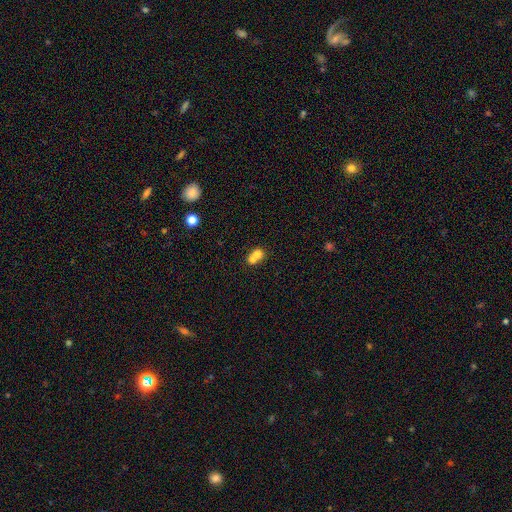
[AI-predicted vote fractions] smooth_or_featured: smooth (p=0.71) [alt: featured or disk p=0.19]
how_rounded: round (p=0.61) [alt: in between p=0.38]
merging: merger (p=0.70) [alt: none p=0.22]